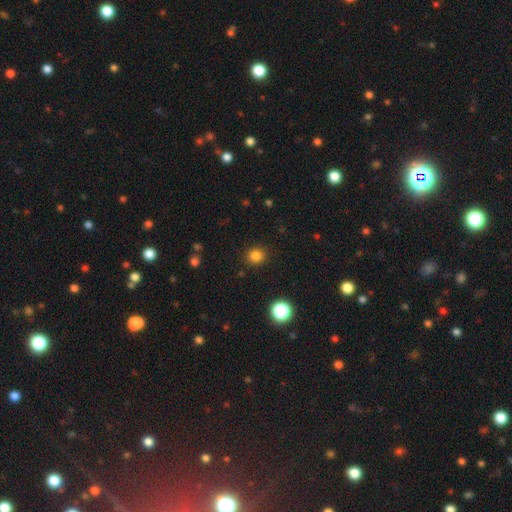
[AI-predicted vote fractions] A smooth galaxy with no disk features (83%) that is round (85%). Merging: none (90%).